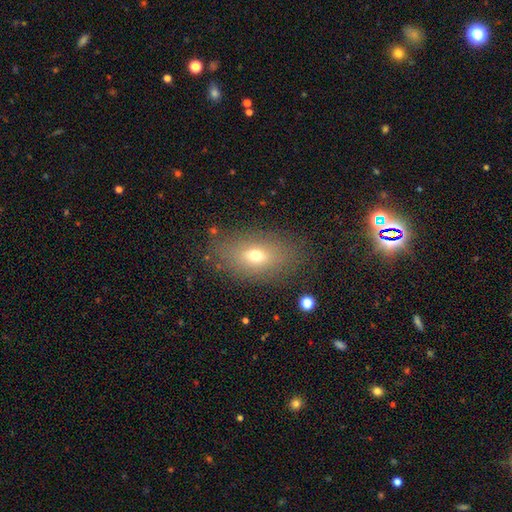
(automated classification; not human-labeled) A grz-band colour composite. It shows a smooth galaxy with no disk features (66%) that is in between round and cigar-shaped (83%). Merging: none (82%).